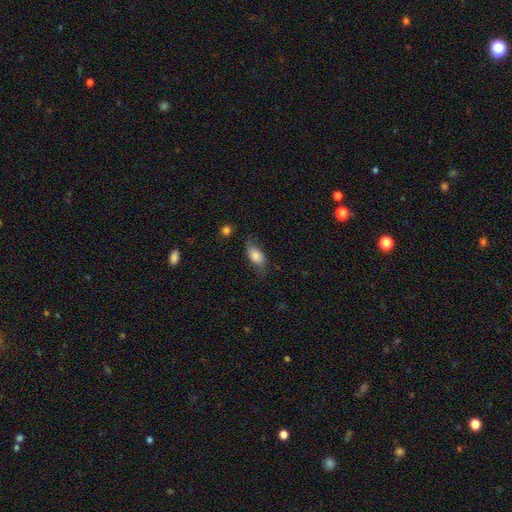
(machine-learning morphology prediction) type=smooth (82%); roundness=in between (89%); merging=none (67%).